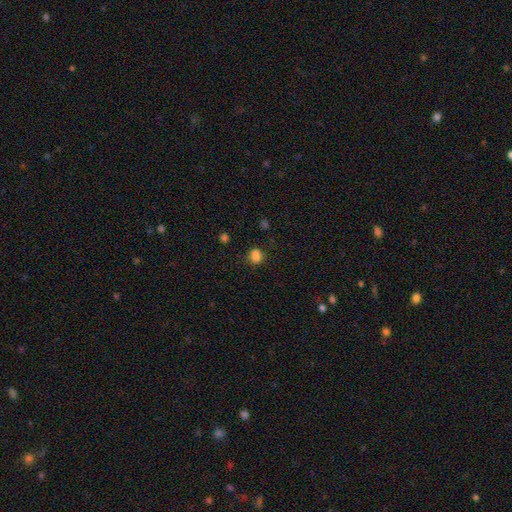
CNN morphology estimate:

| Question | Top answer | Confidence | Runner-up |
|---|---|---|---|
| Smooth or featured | smooth | 75% | star or artifact (16%) |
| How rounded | round | 59% | in between (39%) |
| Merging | none | 59% | merger (20%) |